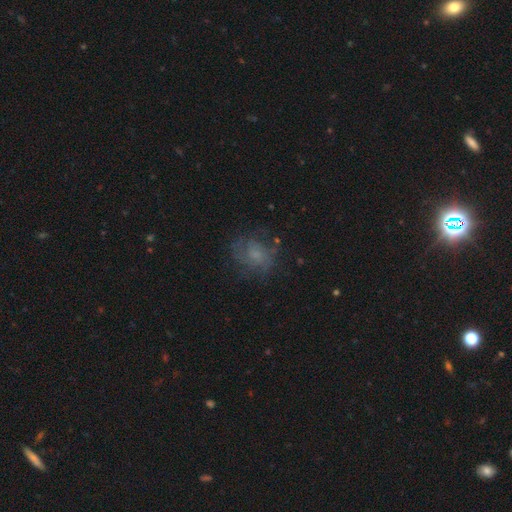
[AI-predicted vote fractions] A featured or disk galaxy (42%, tied with smooth).

Vote fractions:
- Smooth or featured? featured or disk: 42% (tied) / smooth: 42% (tied) / star or artifact: 16%
- Merging? none: 65% / minor disturbance: 19% / major disturbance: 14% / merger: 2%